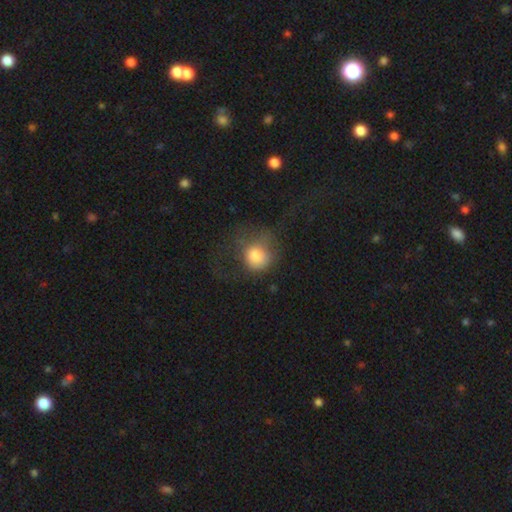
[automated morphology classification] Q: Smooth or featured?
A: smooth (74%); runner-up: featured or disk (15%)
Q: How rounded?
A: round (78%); runner-up: in between (21%)
Q: Merging?
A: major disturbance (40%); runner-up: none (37%)